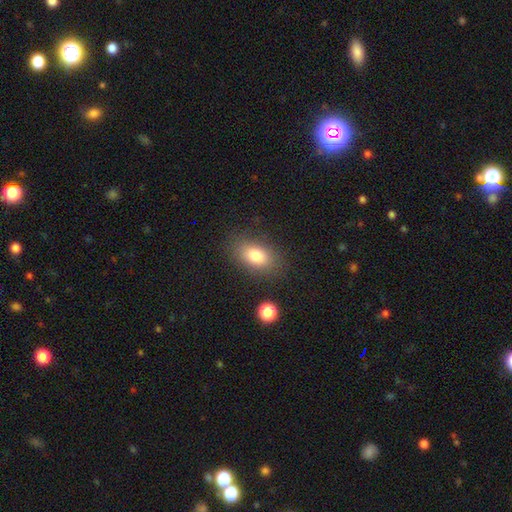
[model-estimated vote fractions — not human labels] Smooth or featured: smooth — 79% (featured or disk — 11%)
How rounded: in between — 85% (round — 13%)
Merging: none — 81% (minor disturbance — 12%)